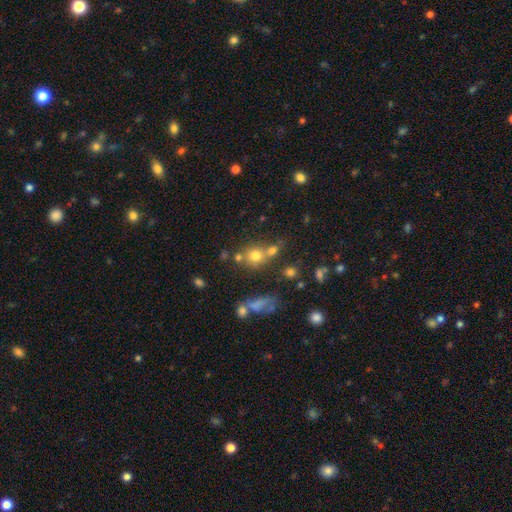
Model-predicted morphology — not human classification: smooth_or_featured: smooth (p=0.70) [alt: star or artifact p=0.17]
how_rounded: round (p=0.77) [alt: in between p=0.21]
merging: none (p=0.49) [alt: merger p=0.33]